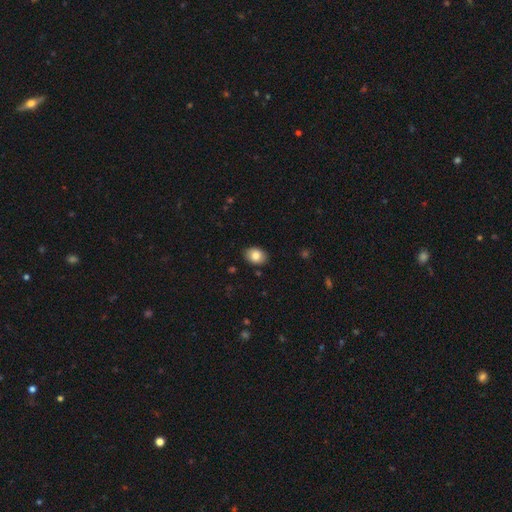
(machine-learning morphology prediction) Smooth or featured?
  - smooth: 83% *
  - featured or disk: 9%
  - star or artifact: 8%
How rounded?
  - in between: 70% *
  - round: 29%
  - cigar-shaped: 1%
Merging?
  - none: 88% *
  - minor disturbance: 9%
  - major disturbance: 2%
  - merger: 1%